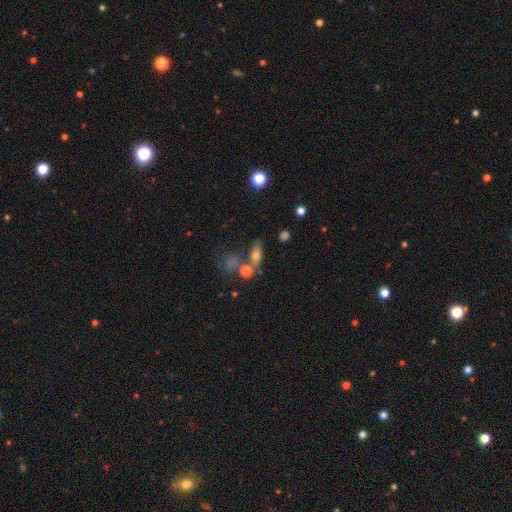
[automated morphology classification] The model was most divided on "merging": none: 56%, merger: 22%, minor disturbance: 15%, major disturbance: 8%. More confident: smooth or featured — smooth (65%); how rounded — in between (62%).